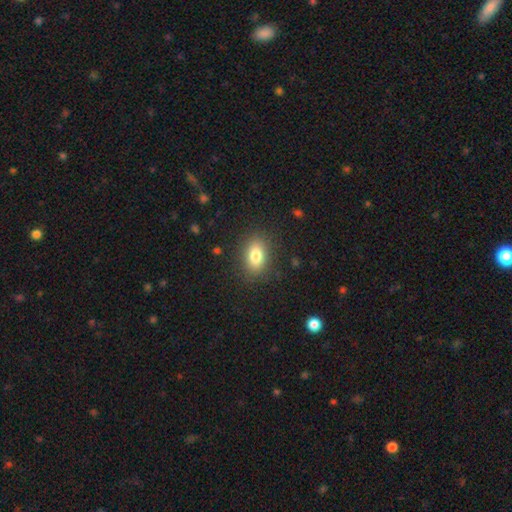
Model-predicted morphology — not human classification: Smooth or featured? smooth (81%)
How rounded? in between (82%)
Merging? none (86%)